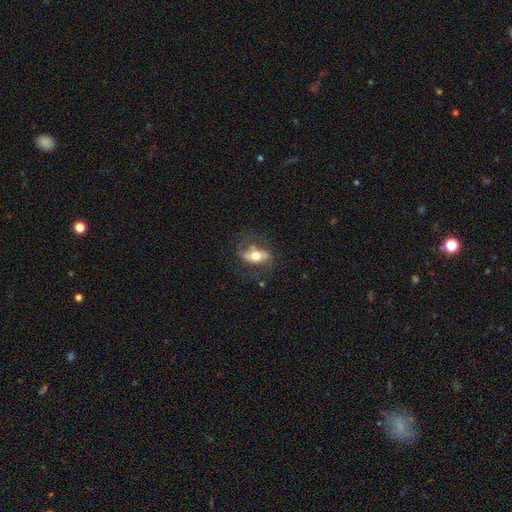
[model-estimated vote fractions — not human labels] This appears to be a featured or disk galaxy (60%) with a strong bar (39%), spiral arms (71%) and a moderate central bulge (65%). Merging: none (62%).